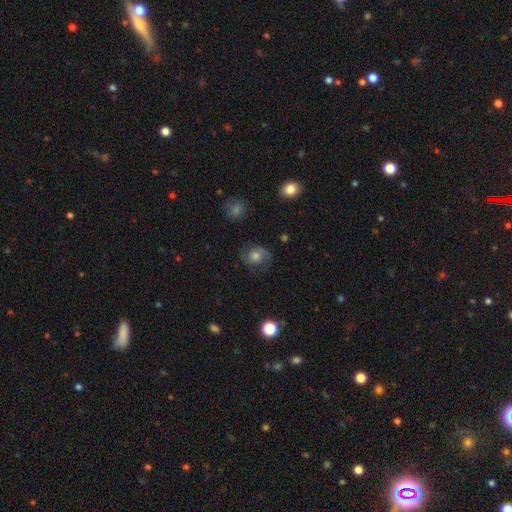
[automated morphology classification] This appears to be a featured or disk galaxy (59%) with no bar (71%), 2 (87%) medium (50%) spiral arms (91%) and a moderate central bulge (53%). Merging: none (78%).